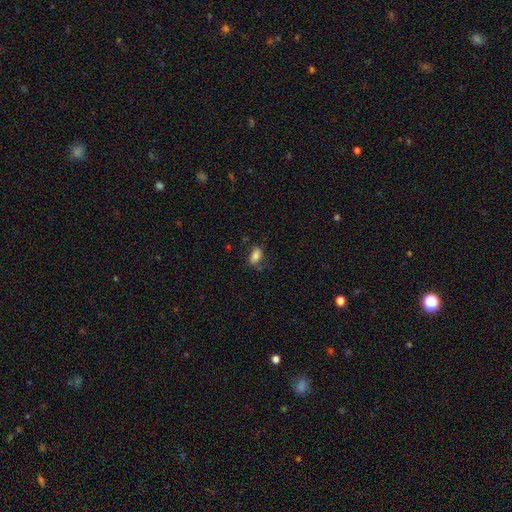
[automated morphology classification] Smooth or featured? smooth (82%)
How rounded? in between (89%)
Merging? none (68%)